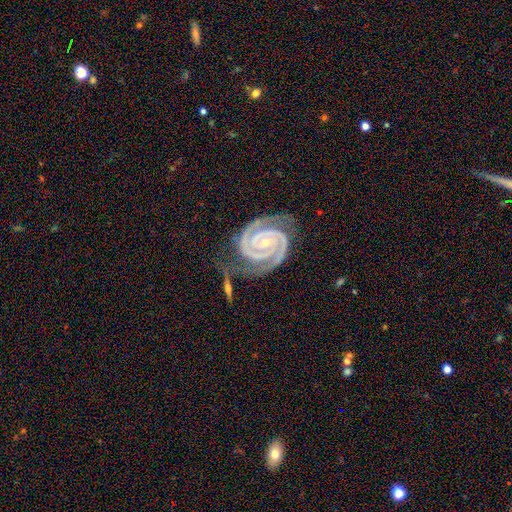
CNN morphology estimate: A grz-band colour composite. It shows a featured or disk galaxy (94%) with no bar (51%), 2 (90%) tight (82%) spiral arms (99%) and a small central bulge (73%). Merging: none (70%).